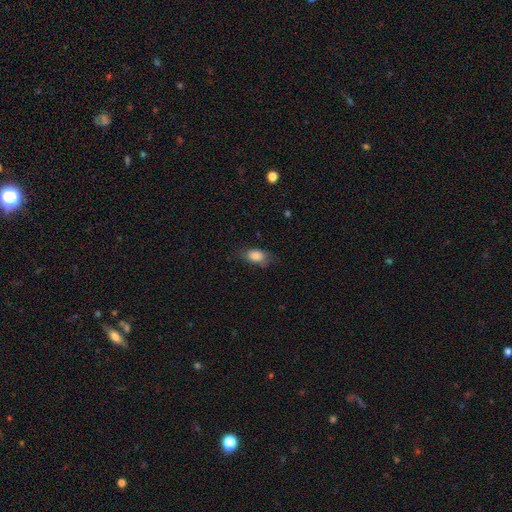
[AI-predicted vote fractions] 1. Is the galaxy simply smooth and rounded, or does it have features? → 83% smooth, 10% featured or disk, 8% star or artifact.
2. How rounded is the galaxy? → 85% in between, 11% round, 3% cigar-shaped.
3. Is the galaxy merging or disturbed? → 64% none, 25% minor disturbance, 10% major disturbance, 1% merger.